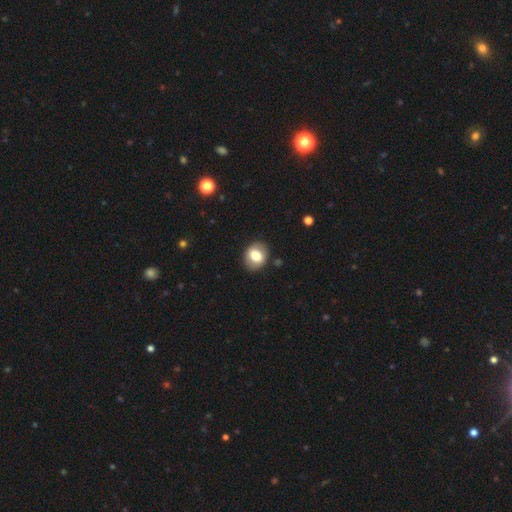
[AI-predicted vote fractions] A smooth galaxy with no disk features (72%) that is round (59%).

Vote fractions:
- Smooth or featured? smooth: 72% / featured or disk: 20% / star or artifact: 8%
- How rounded? round: 59% / in between: 40% / cigar-shaped: 1%
- Merging? none: 86% / minor disturbance: 10% / major disturbance: 3% / merger: 1%